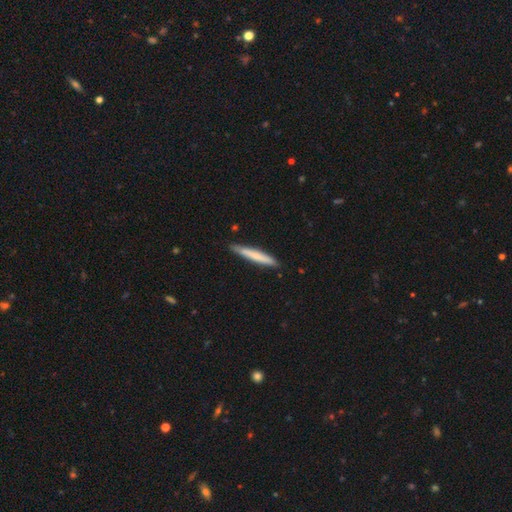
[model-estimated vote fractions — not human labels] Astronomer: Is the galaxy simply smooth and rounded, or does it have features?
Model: smooth — 69%.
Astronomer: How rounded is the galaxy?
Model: cigar-shaped — 96%.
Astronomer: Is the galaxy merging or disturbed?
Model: none — 87%.